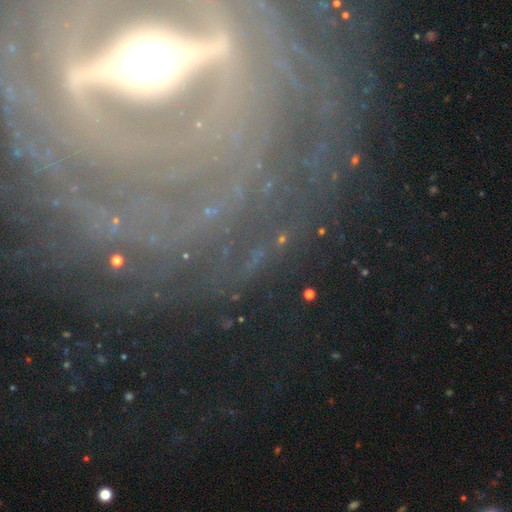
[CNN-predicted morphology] The model was most divided on "bulge size": moderate: 57%, large: 22%, small: 14%, dominant: 5%, none: 2%. More confident: smooth or featured — featured or disk (81%); merging — none (78%); edge-on disk — no (74%); spiral arms — yes (68%); bar — strong (66%).